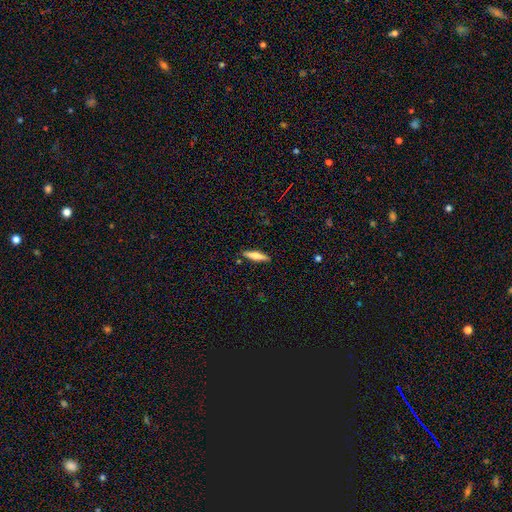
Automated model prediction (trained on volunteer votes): Overall: smooth (64%; featured or disk 30%). How rounded: cigar-shaped (77%). Merging: none (87%).